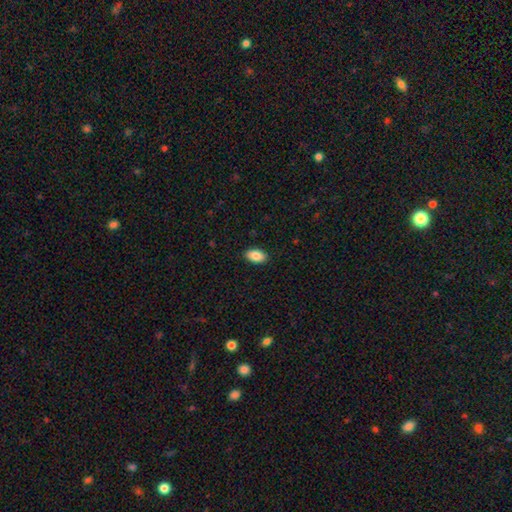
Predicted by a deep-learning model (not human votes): This is clearly a smooth galaxy (86%). How rounded: clearly in between (93%). Merging: clearly none (90%).